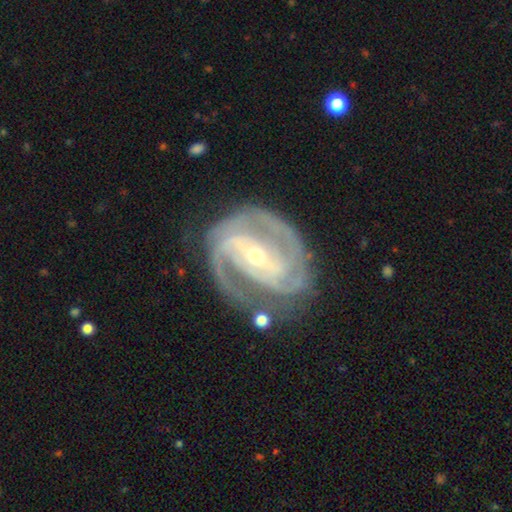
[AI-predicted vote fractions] A featured or disk galaxy (92%) with a strong bar (49%), 2 (43%) tight (61%) spiral arms (98%) and a small central bulge (55%).

Vote fractions:
- Smooth or featured? featured or disk: 92% / star or artifact: 4% / smooth: 3%
- Edge-on disk? no: 97% / yes: 3%
- Bar? strong: 49% / weak: 35% / no: 16%
- Spiral arms? yes: 98% / no: 2%
- Spiral winding? tight: 61% / medium: 34% / loose: 5%
- Spiral arm count? 2: 43% / 3: 34% / can't tell: 10% / 4: 7% / 1: 4% / more than 4: 4%
- Bulge size? small: 55% / moderate: 42% / large: 2% / none: 1% / dominant: 1%
- Merging? none: 69% / minor disturbance: 19% / major disturbance: 9% / merger: 3%